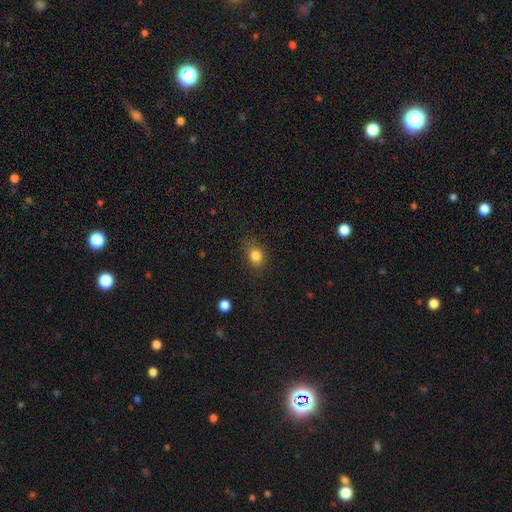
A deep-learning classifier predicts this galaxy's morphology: Overall: smooth (83%). How rounded: round (51%; in between 48%). Merging: none (79%).